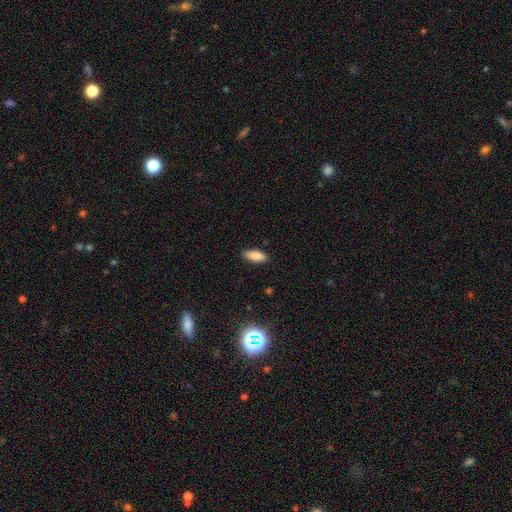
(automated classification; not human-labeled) A smooth galaxy with no disk features (84%) that is in between round and cigar-shaped (76%). Merging: none (87%).